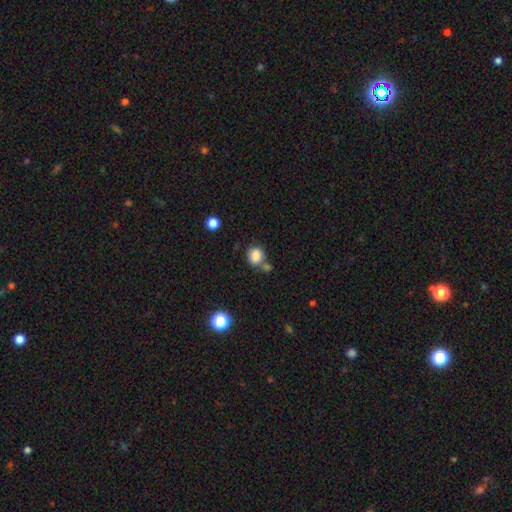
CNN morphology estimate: type=smooth (84%); roundness=round (65%); merging=none (51%).